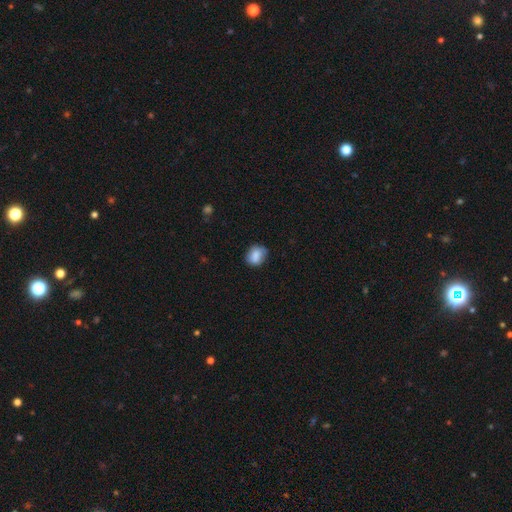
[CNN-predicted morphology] smooth 81%, featured or disk 11%, star or artifact 8%. Down the decision tree: how rounded — round (55%); merging — none (76%).